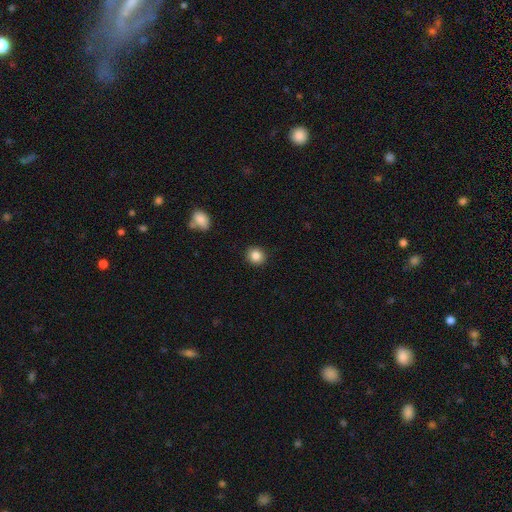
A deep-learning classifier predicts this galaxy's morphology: The model was most divided on "how rounded": round: 84%, in between: 15%, cigar-shaped: 1%. More confident: merging — none (90%); smooth or featured — smooth (85%).